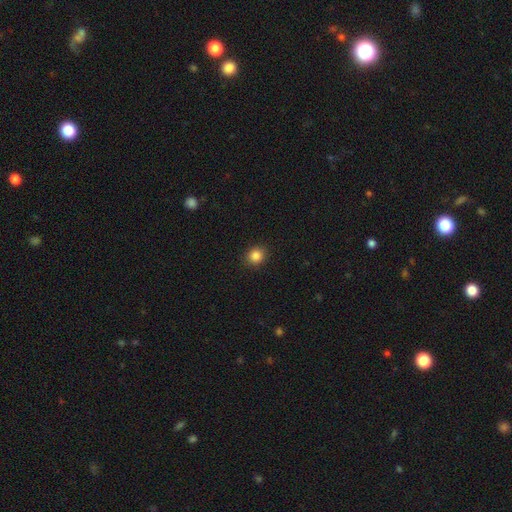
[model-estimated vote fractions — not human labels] Smooth or featured? smooth (85%)
How rounded? round (84%)
Merging? none (91%)